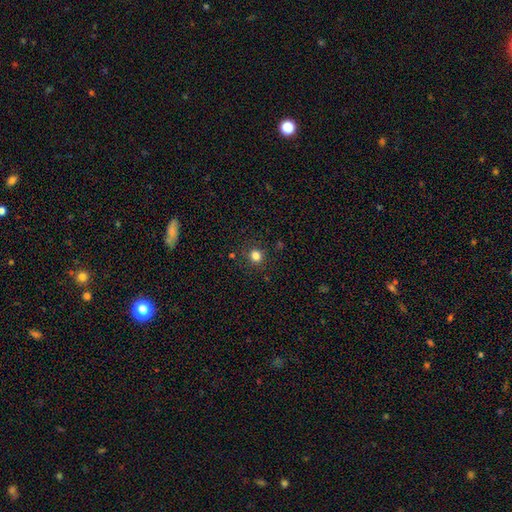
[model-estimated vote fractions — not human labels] smooth_or_featured: smooth (p=0.82) [alt: star or artifact p=0.14]
how_rounded: round (p=0.86) [alt: in between p=0.13]
merging: none (p=0.88) [alt: minor disturbance p=0.08]